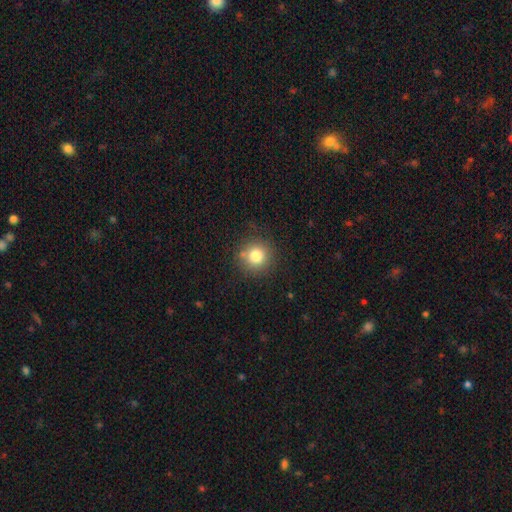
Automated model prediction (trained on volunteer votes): Overall: smooth (80%). How rounded: round (92%). Merging: none (82%).